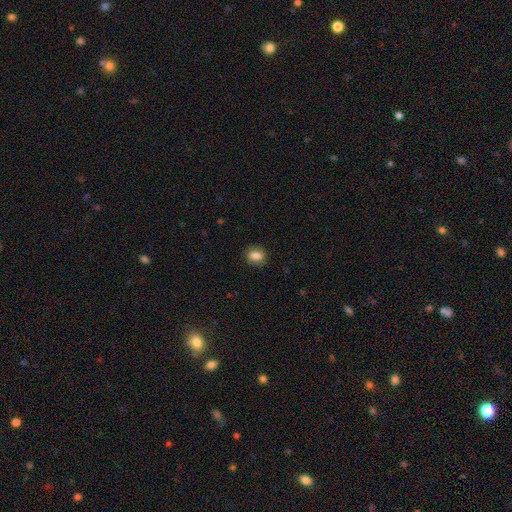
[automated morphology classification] smooth_or_featured: smooth (p=0.81) [alt: featured or disk p=0.11]
how_rounded: in between (p=0.54) [alt: round p=0.44]
merging: none (p=0.84) [alt: minor disturbance p=0.11]